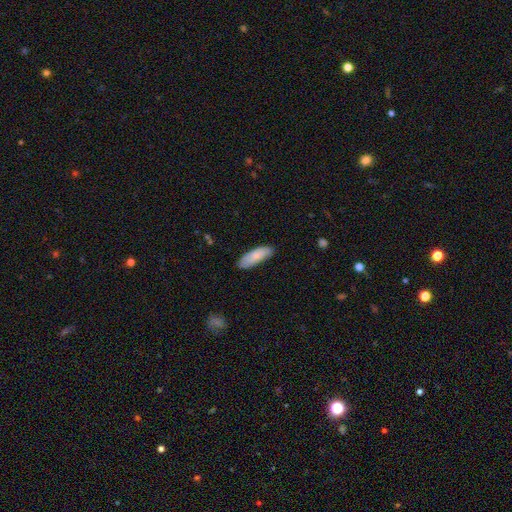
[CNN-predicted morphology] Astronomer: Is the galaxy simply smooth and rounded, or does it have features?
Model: smooth — 83%.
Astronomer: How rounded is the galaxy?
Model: in between — 60% (runner-up: cigar-shaped, 39%).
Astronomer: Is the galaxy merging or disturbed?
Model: none — 81%.